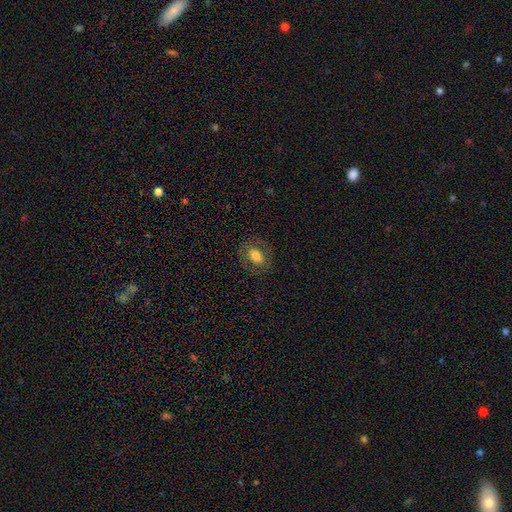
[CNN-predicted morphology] Overall: smooth (72%). How rounded: in between (73%). Merging: none (82%).